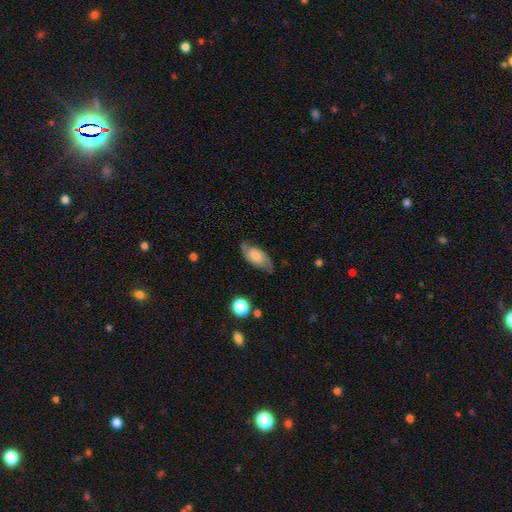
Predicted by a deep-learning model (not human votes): smooth_or_featured: featured or disk (p=0.52) [alt: smooth p=0.40]
disk_edge_on: no (p=0.90) [alt: yes p=0.10]
merging: none (p=0.67) [alt: minor disturbance p=0.22]